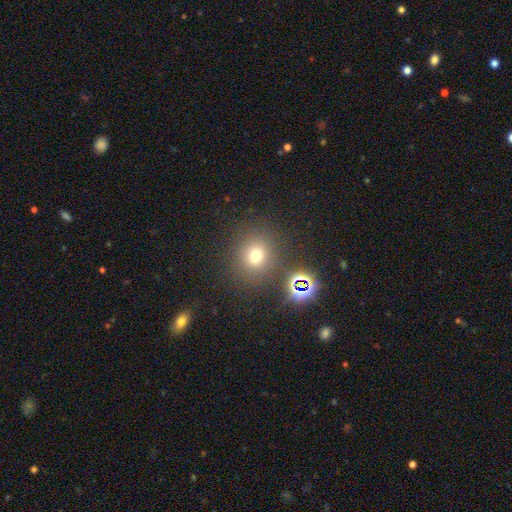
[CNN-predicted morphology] Overall: smooth (68%). How rounded: round (82%). Merging: none (81%).